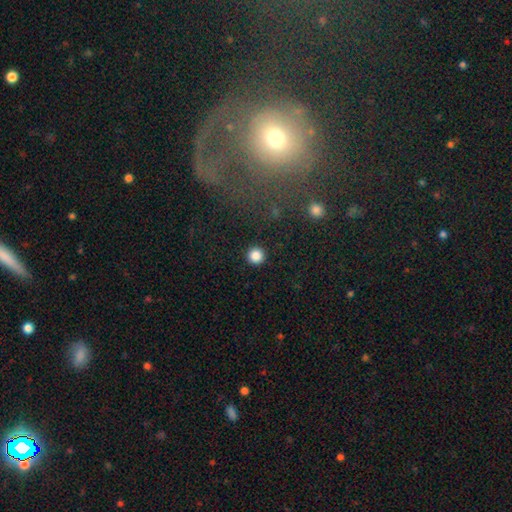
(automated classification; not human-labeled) Smooth or featured: smooth — 86% (star or artifact — 11%)
How rounded: round — 96% (in between — 3%)
Merging: none — 93% (minor disturbance — 4%)